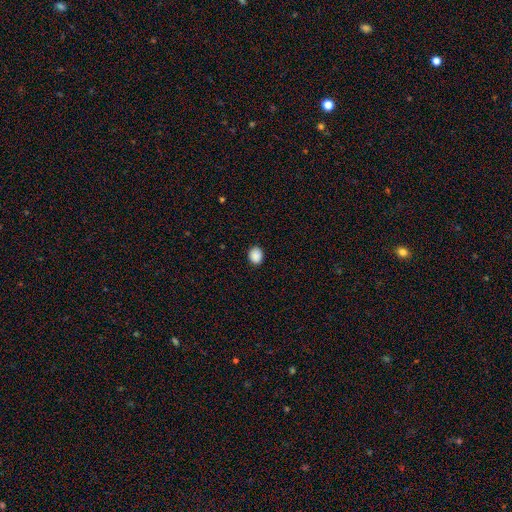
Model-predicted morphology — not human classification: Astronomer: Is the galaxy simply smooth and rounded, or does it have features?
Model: smooth — 89%.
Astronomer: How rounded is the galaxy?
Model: round — 55% (runner-up: in between, 44%).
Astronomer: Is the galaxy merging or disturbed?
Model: none — 90%.